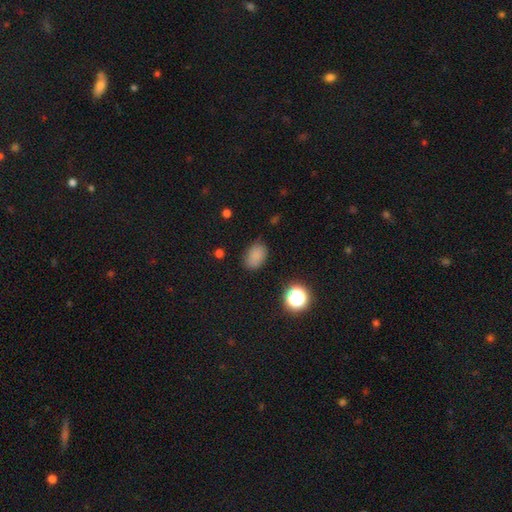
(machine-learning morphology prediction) A smooth galaxy with no disk features (82%) that is in between round and cigar-shaped (82%). Merging: none (78%).